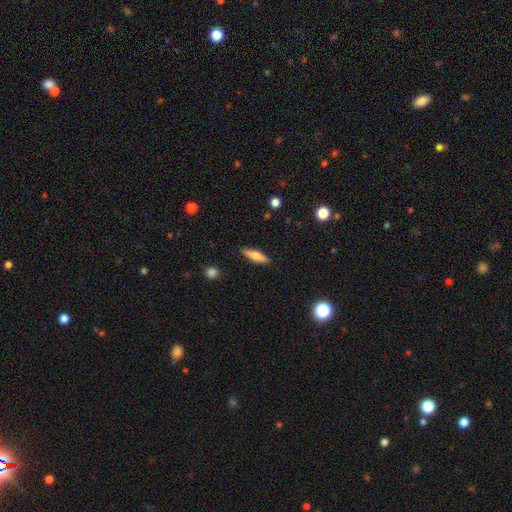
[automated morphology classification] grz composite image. It shows a smooth galaxy with no disk features (64%) that is cigar-shaped (67%). Merging: none (89%).